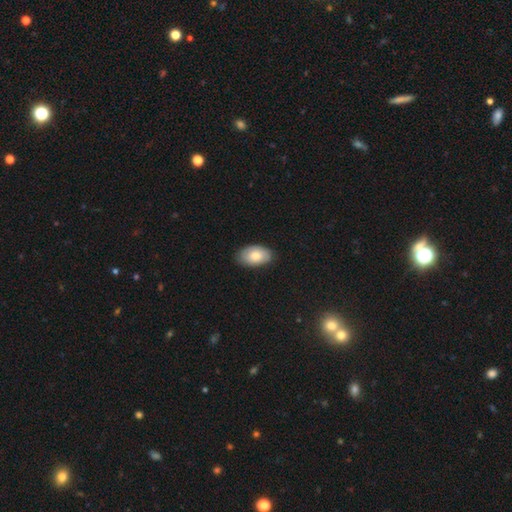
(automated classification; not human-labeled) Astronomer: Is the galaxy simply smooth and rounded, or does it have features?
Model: smooth — 78%.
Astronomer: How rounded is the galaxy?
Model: in between — 93%.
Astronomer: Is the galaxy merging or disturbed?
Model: none — 82%.